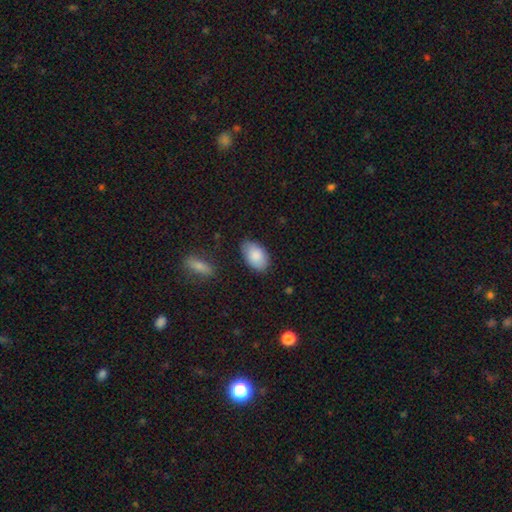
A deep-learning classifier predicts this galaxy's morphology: A smooth galaxy with no disk features (87%) that is in between round and cigar-shaped (93%). Merging: none (78%).